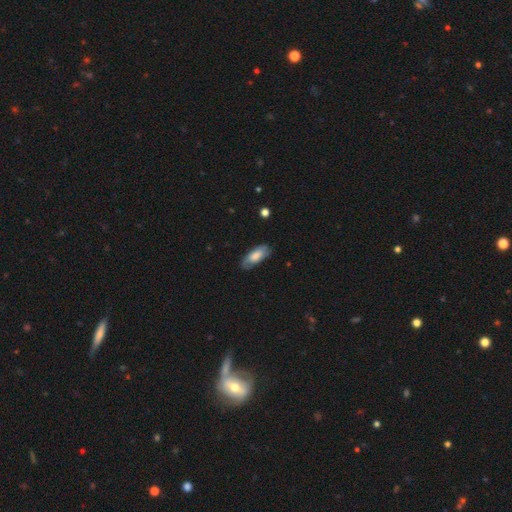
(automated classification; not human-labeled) smooth-or-featured: smooth: 69% | featured or disk: 25% | star or artifact: 6%
  how-rounded: in between: 80% | cigar-shaped: 18% | round: 2%
  merging: none: 76% | minor disturbance: 19% | major disturbance: 4% | merger: 1%